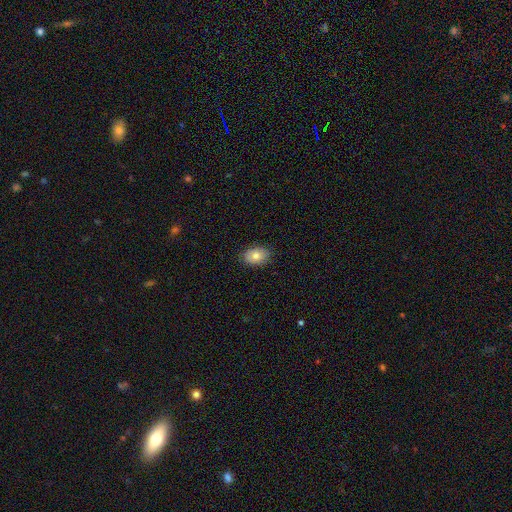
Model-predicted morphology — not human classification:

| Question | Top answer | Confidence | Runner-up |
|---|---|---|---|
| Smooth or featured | smooth | 77% | featured or disk (15%) |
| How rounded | in between | 83% | round (16%) |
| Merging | none | 85% | minor disturbance (12%) |